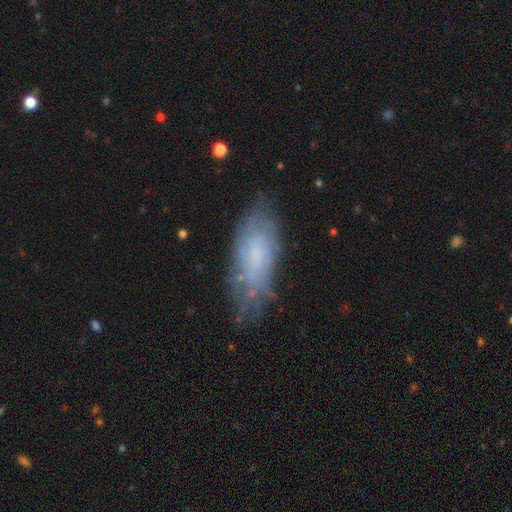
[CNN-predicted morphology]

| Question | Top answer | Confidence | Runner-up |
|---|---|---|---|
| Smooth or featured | smooth | 47% | featured or disk (45%) |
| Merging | none | 63% | minor disturbance (26%) |